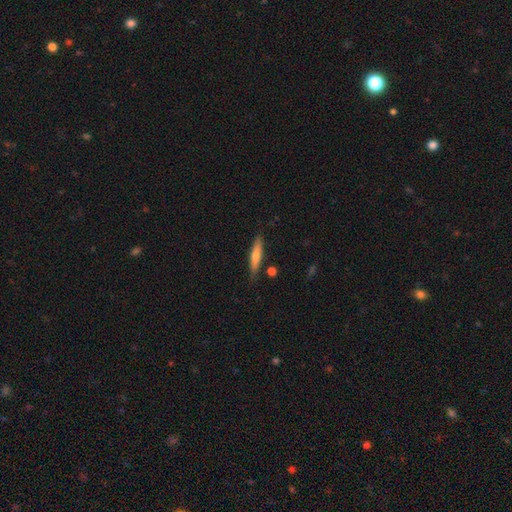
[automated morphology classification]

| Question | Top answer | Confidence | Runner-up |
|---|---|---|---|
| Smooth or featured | smooth | 62% | featured or disk (32%) |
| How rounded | cigar-shaped | 85% | in between (13%) |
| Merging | none | 83% | minor disturbance (12%) |